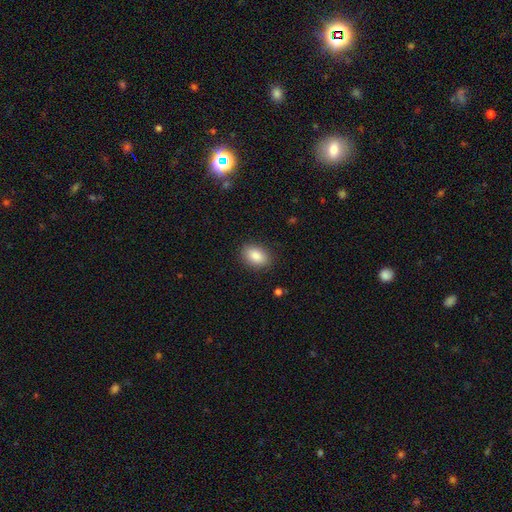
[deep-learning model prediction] Smooth or featured?
  - smooth: 88% *
  - star or artifact: 7%
  - featured or disk: 5%
How rounded?
  - in between: 84% *
  - round: 14%
  - cigar-shaped: 1%
Merging?
  - none: 87% *
  - minor disturbance: 9%
  - major disturbance: 3%
  - merger: 1%